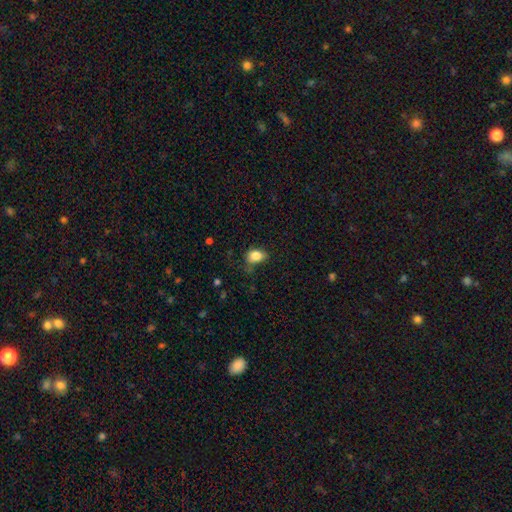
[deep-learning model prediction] smooth_or_featured: smooth (p=0.84) [alt: star or artifact p=0.09]
how_rounded: in between (p=0.77) [alt: round p=0.22]
merging: none (p=0.62) [alt: minor disturbance p=0.27]